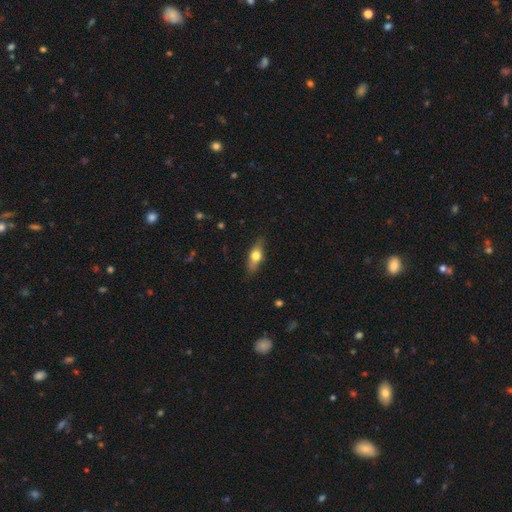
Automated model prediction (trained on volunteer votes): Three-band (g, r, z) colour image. It shows a smooth galaxy with no disk features (56%) that is in between round and cigar-shaped (61%). Merging: none (81%).